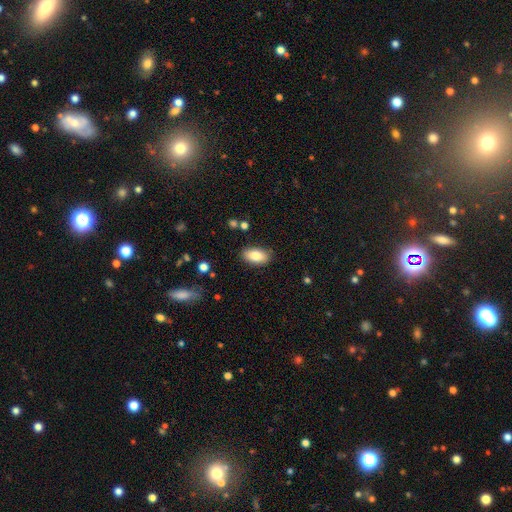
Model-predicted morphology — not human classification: Overall: smooth (82%). How rounded: in between (93%). Merging: none (86%).